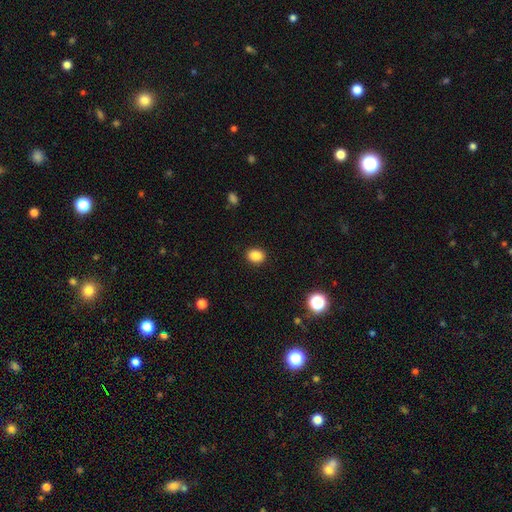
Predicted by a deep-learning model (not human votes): This is clearly a smooth galaxy (87%). How rounded: possibly in between (55%). Merging: clearly none (90%).